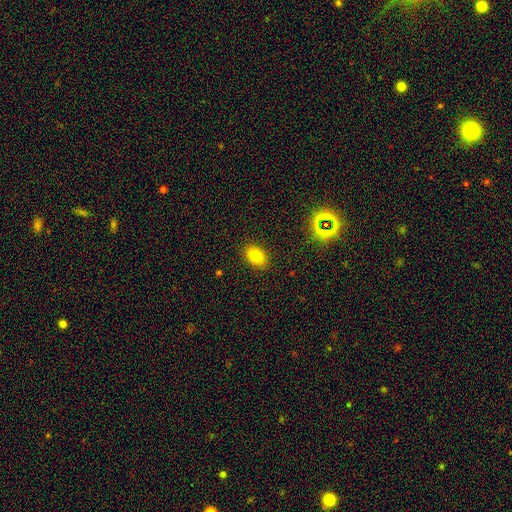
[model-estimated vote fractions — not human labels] Q: Smooth or featured?
A: smooth (81%); runner-up: star or artifact (11%)
Q: How rounded?
A: in between (84%); runner-up: round (15%)
Q: Merging?
A: none (88%); runner-up: minor disturbance (8%)